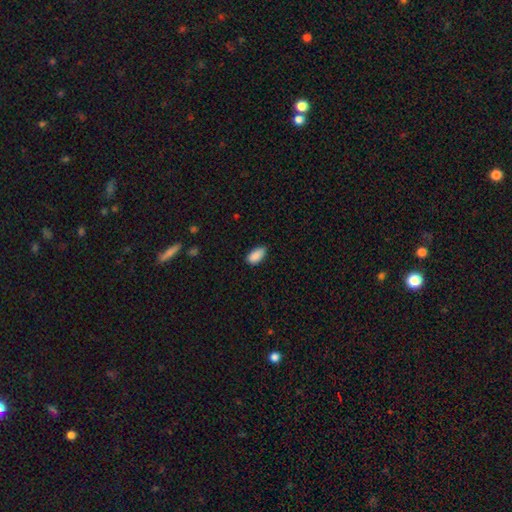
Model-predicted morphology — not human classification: type=smooth (89%); roundness=in between (93%); merging=none (76%).